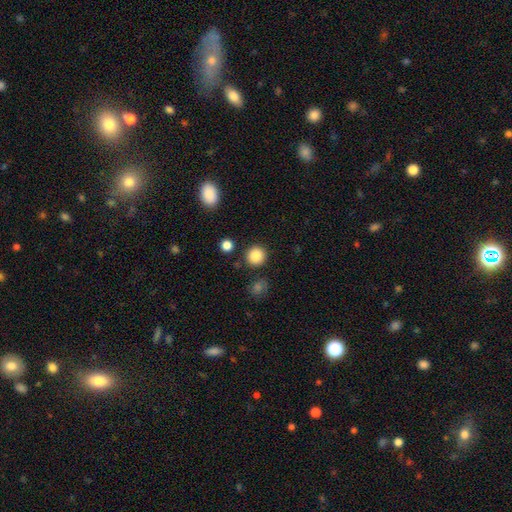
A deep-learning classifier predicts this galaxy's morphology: Smooth or featured? Predicted: smooth (p=0.87). How rounded? Predicted: round (p=0.93). Merging? Predicted: none (p=0.88).